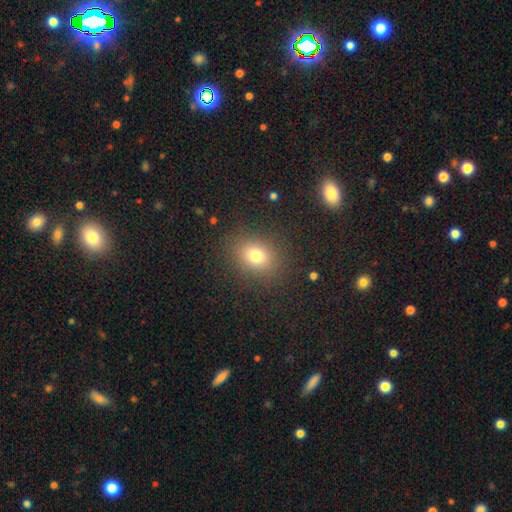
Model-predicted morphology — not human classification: Q: Smooth or featured?
A: smooth (75%); runner-up: star or artifact (16%)
Q: How rounded?
A: round (53%); runner-up: in between (46%)
Q: Merging?
A: none (86%); runner-up: minor disturbance (9%)